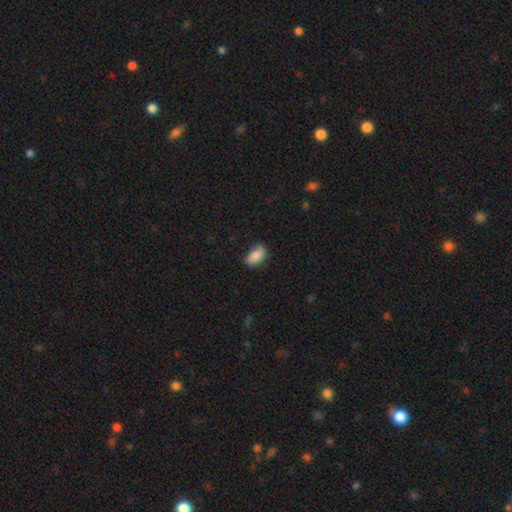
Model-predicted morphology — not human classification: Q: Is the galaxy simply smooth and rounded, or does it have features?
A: smooth — 86%.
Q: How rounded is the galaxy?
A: in between — 92%.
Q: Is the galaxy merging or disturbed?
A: none — 72%.